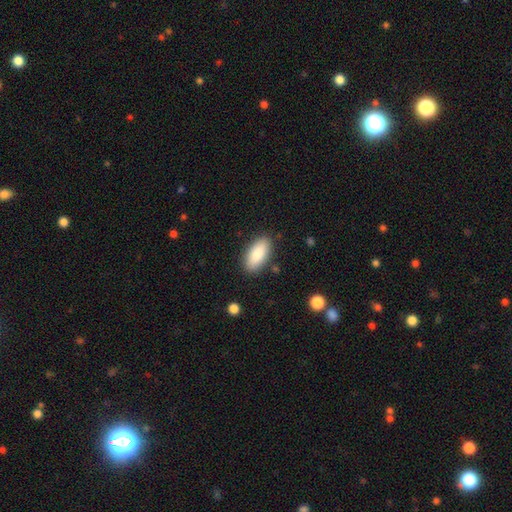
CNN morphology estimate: smooth_or_featured: smooth (p=0.87) [alt: featured or disk p=0.07]
how_rounded: in between (p=0.89) [alt: cigar-shaped p=0.09]
merging: none (p=0.86) [alt: minor disturbance p=0.10]